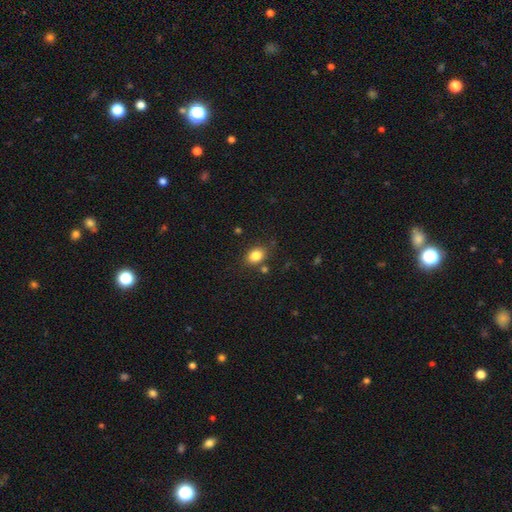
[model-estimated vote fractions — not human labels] A smooth galaxy with no disk features (83%) that is in between round and cigar-shaped (66%). Merging: none (78%).